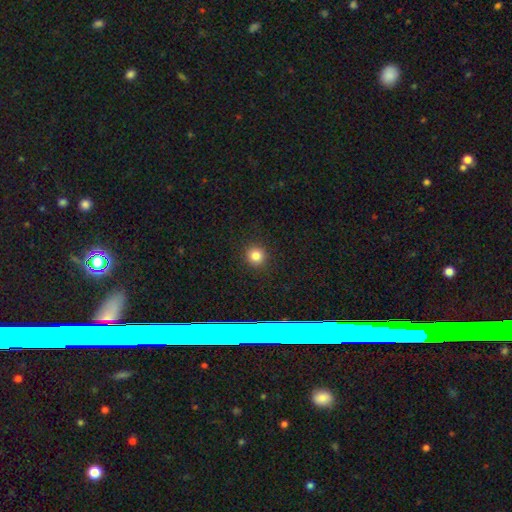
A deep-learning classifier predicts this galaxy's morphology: Smooth or featured: smooth — 80% (star or artifact — 15%)
How rounded: round — 93% (in between — 6%)
Merging: none — 91% (minor disturbance — 5%)